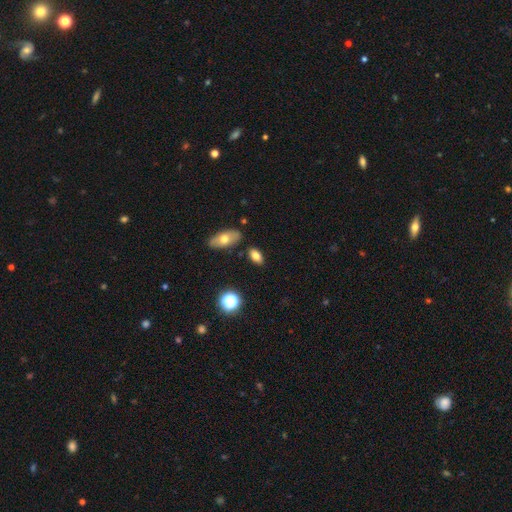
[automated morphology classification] A smooth galaxy with no disk features (77%) that is in between round and cigar-shaped (88%). Merging: none (83%).